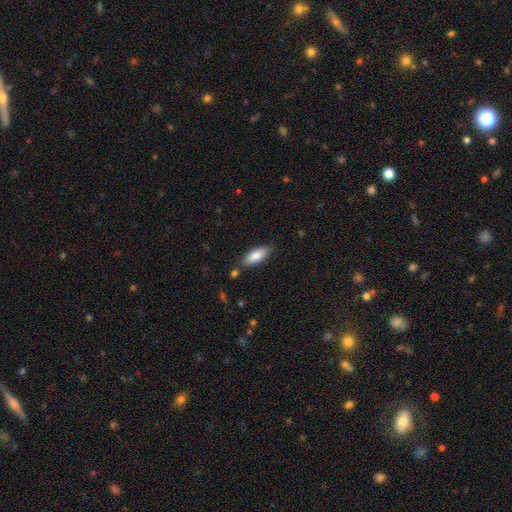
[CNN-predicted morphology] smooth-or-featured: smooth: 83% | featured or disk: 11% | star or artifact: 6%
  how-rounded: in between: 77% | cigar-shaped: 21% | round: 2%
  merging: none: 81% | minor disturbance: 13% | merger: 3% | major disturbance: 3%